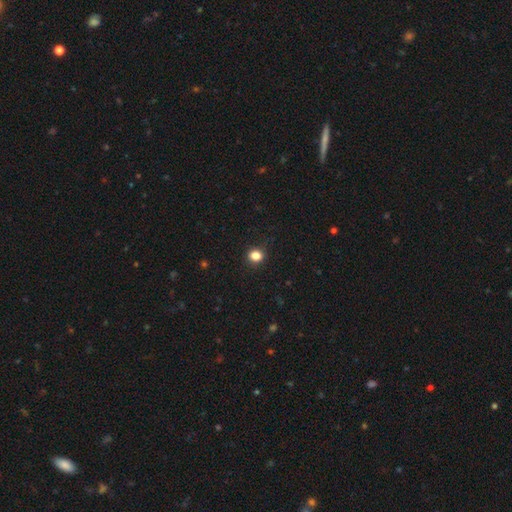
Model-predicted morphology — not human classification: Smooth or featured?
  - smooth: 84% *
  - star or artifact: 12%
  - featured or disk: 4%
How rounded?
  - round: 76% *
  - in between: 23%
  - cigar-shaped: 1%
Merging?
  - none: 89% *
  - minor disturbance: 8%
  - major disturbance: 2%
  - merger: 1%